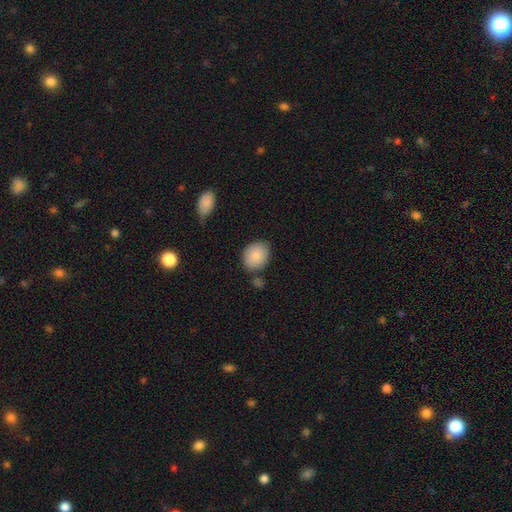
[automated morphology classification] This is clearly a smooth galaxy (88%). How rounded: possibly round (51%). Merging: likely none (75%).